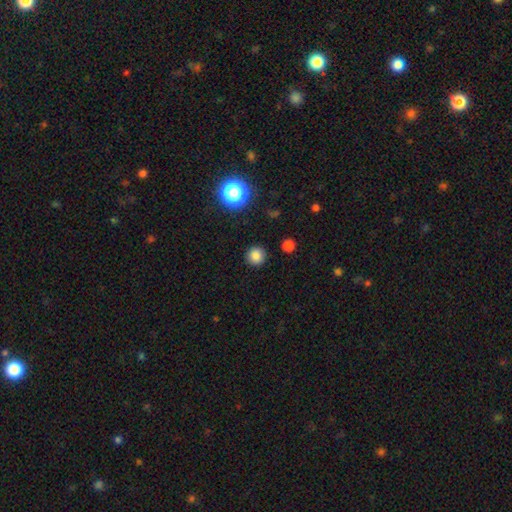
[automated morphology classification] A smooth galaxy with no disk features (83%) that is round (94%). Merging: none (91%).